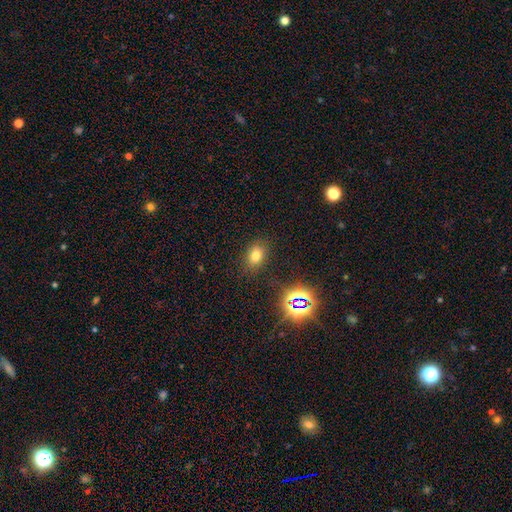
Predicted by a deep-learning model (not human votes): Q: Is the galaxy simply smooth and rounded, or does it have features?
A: smooth — 70%.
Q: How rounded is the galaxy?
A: in between — 67%.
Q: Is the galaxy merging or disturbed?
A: none — 82%.